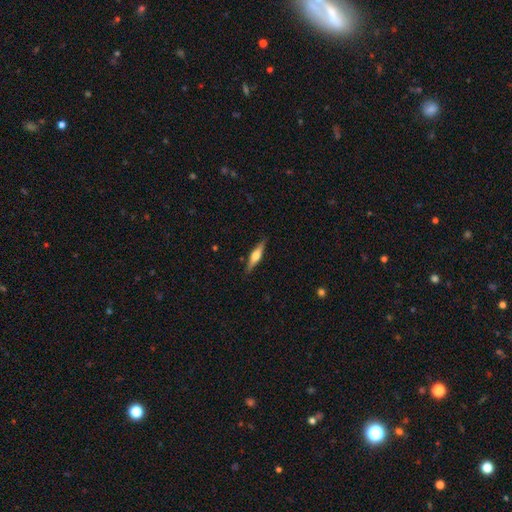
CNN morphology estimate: Smooth or featured: featured or disk — 59% (smooth — 36%)
Edge-on disk: yes — 96% (no — 4%)
Edge-on bulge: rounded — 88% (boxy — 9%)
Merging: none — 88% (minor disturbance — 9%)